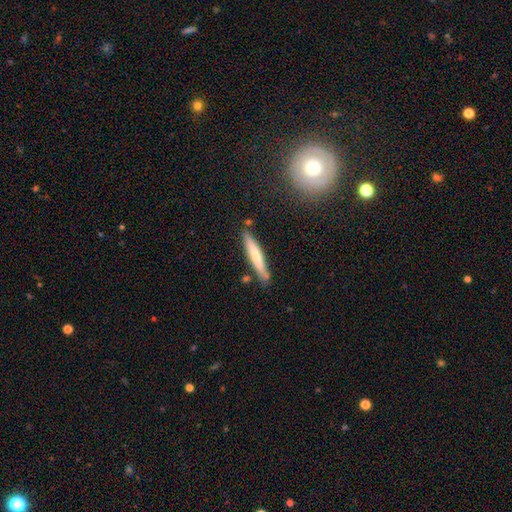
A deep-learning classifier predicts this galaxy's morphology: This appears to be a smooth galaxy with no disk features (64%) that is cigar-shaped (93%). Merging: none (80%).